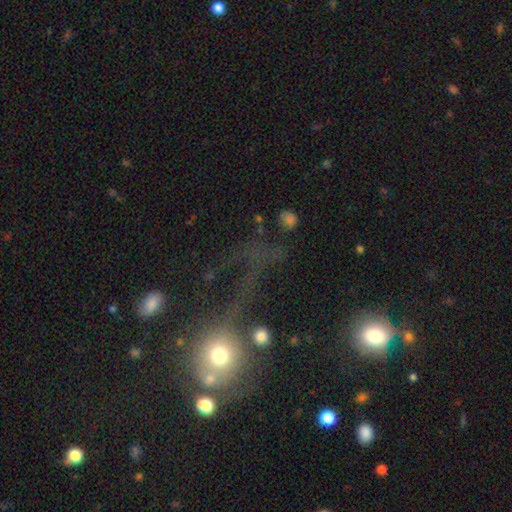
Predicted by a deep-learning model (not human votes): A smooth galaxy with no disk features (45%).

Vote fractions:
- Smooth or featured? smooth: 45% / star or artifact: 31% / featured or disk: 24%
- Merging? major disturbance: 37% / none: 36% / minor disturbance: 13% / merger: 13%